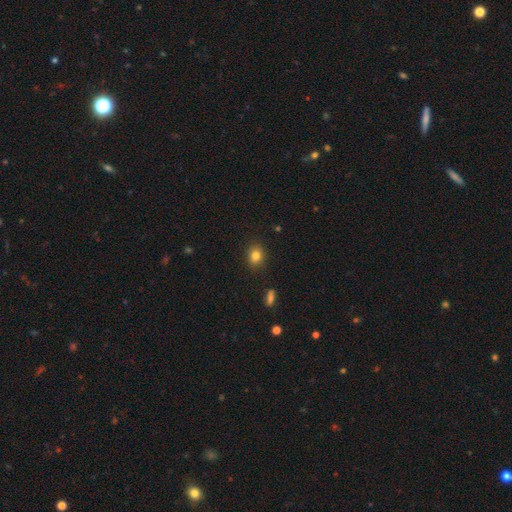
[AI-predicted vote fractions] Smooth or featured: smooth — 81% (star or artifact — 11%)
How rounded: round — 56% (in between — 43%)
Merging: none — 87% (minor disturbance — 9%)